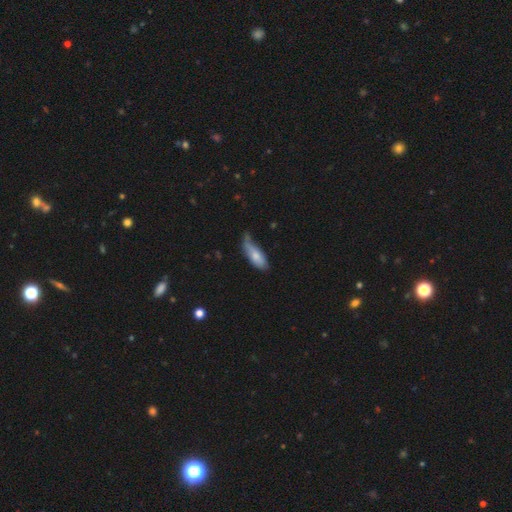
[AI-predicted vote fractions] Smooth or featured? Predicted: smooth (p=0.73). How rounded? Predicted: in between (p=0.65). Merging? Predicted: minor disturbance (p=0.45).